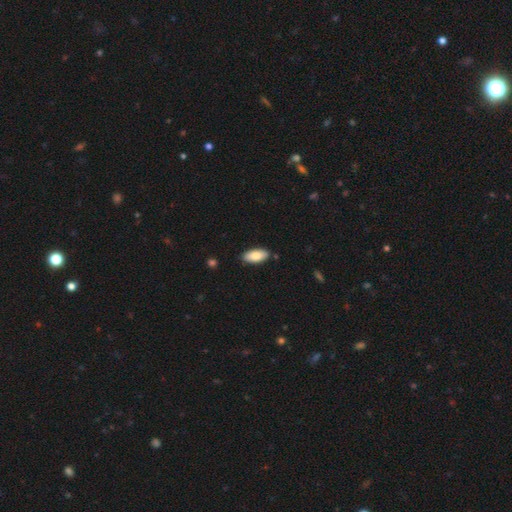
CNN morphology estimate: Smooth or featured: smooth — 85% (featured or disk — 9%)
How rounded: in between — 90% (cigar-shaped — 8%)
Merging: none — 86% (minor disturbance — 11%)